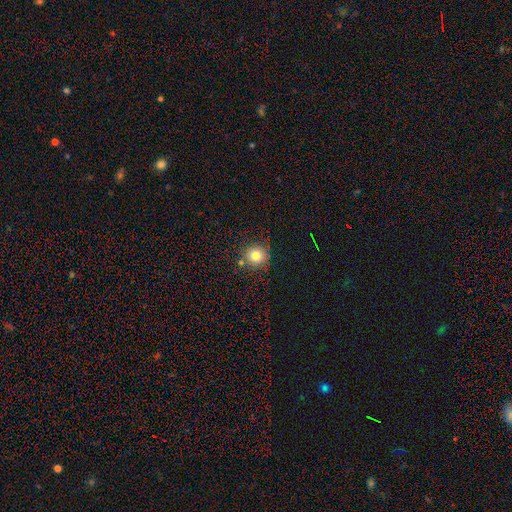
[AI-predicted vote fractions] Smooth or featured: smooth — 80% (star or artifact — 13%)
How rounded: round — 91% (in between — 8%)
Merging: none — 80% (minor disturbance — 11%)